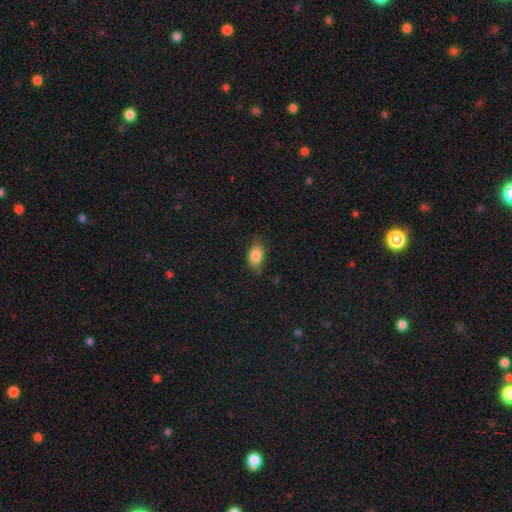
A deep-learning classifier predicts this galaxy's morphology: Smooth or featured? Predicted: smooth (p=0.85). How rounded? Predicted: in between (p=0.83). Merging? Predicted: none (p=0.68).